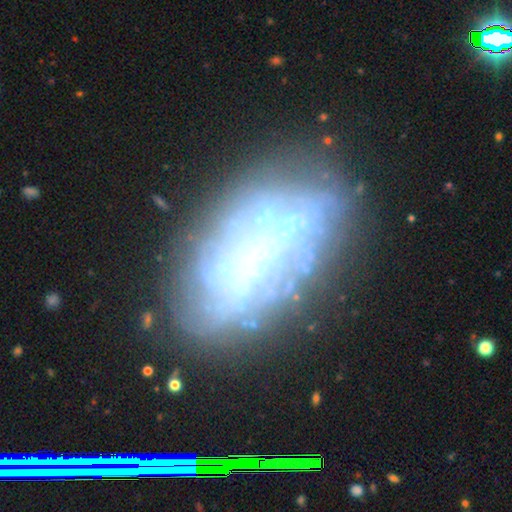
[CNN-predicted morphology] smooth_or_featured: featured or disk (p=0.60) [alt: smooth p=0.21]
disk_edge_on: no (p=0.89) [alt: yes p=0.11]
bar: no (p=0.72) [alt: weak p=0.17]
has_spiral_arms: no (p=0.63) [alt: yes p=0.37]
bulge_size: none (p=0.68) [alt: small p=0.18]
merging: none (p=0.63) [alt: minor disturbance p=0.20]